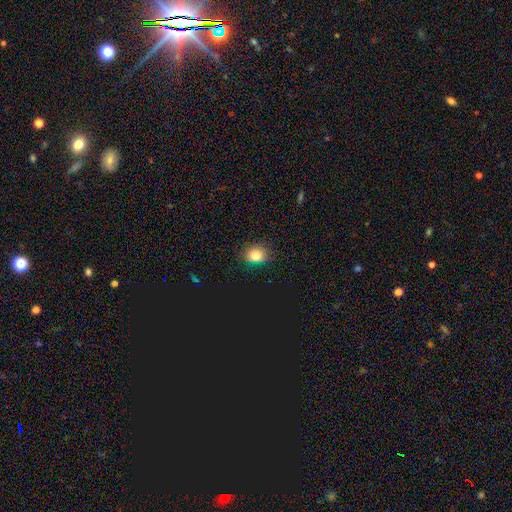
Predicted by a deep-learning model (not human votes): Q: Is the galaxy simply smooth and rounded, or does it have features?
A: smooth — 77%.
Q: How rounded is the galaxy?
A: round — 54%.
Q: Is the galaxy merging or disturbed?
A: none — 83%.